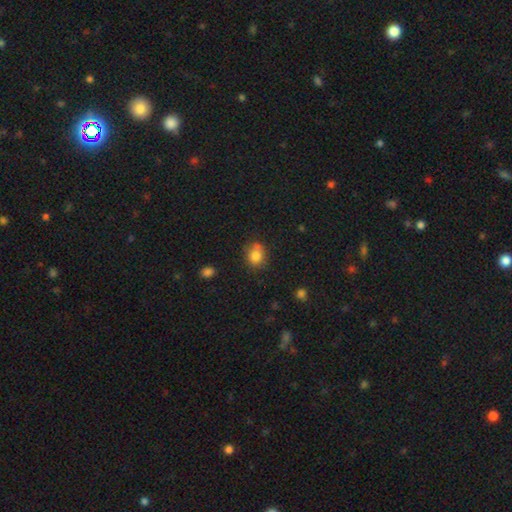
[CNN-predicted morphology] This is clearly a smooth galaxy (81%). How rounded: likely round (62%). Merging: likely none (63%).